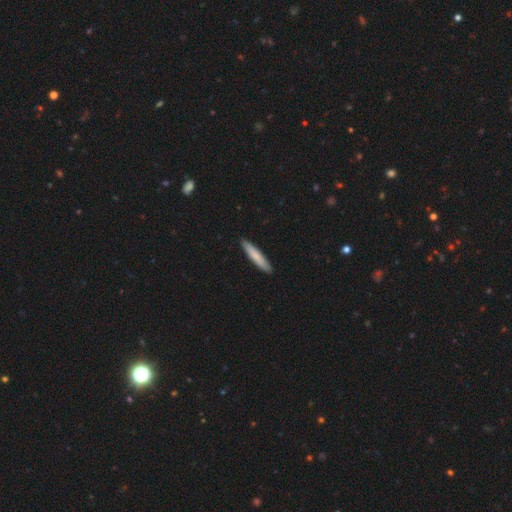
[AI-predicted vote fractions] Morphology: type=smooth (80%); roundness=cigar-shaped (90%); merging=none (91%).